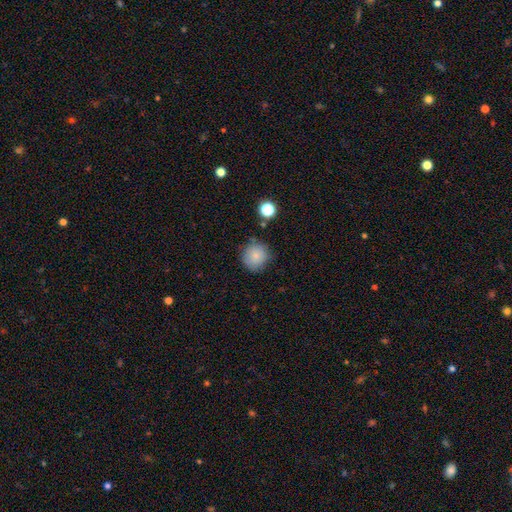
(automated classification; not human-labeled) A smooth galaxy with no disk features (84%) that is round (92%).

Vote fractions:
- Smooth or featured? smooth: 84% / star or artifact: 10% / featured or disk: 6%
- How rounded? round: 92% / in between: 8% / cigar-shaped: 1%
- Merging? none: 79% / minor disturbance: 14% / major disturbance: 4% / merger: 3%